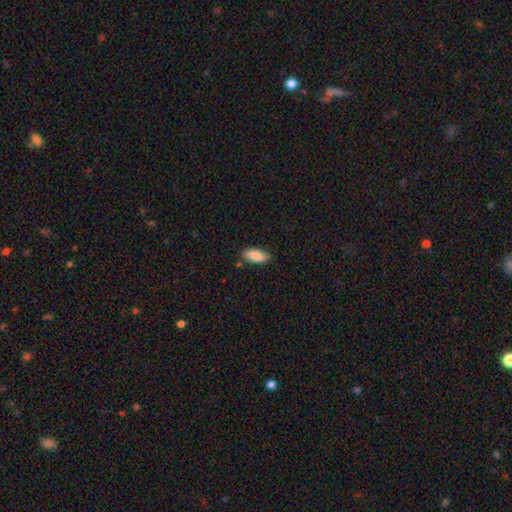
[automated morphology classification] smooth 85%, featured or disk 9%, star or artifact 6%. Down the decision tree: how rounded — in between (86%); merging — none (82%).